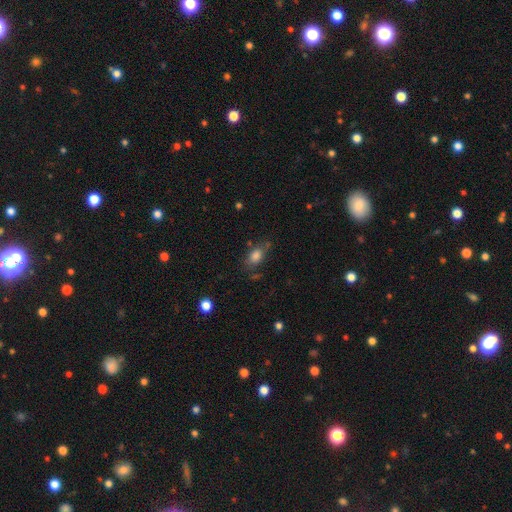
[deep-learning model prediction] A smooth galaxy with no disk features (79%) that is in between round and cigar-shaped (83%). Merging: none (63%).